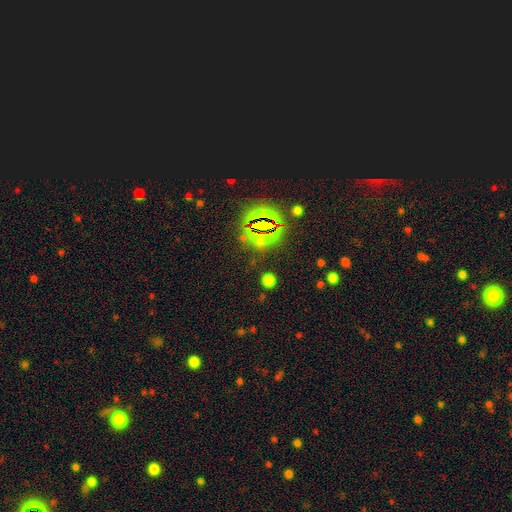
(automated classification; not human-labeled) Smooth or featured: star or artifact — 81% (smooth — 11%)